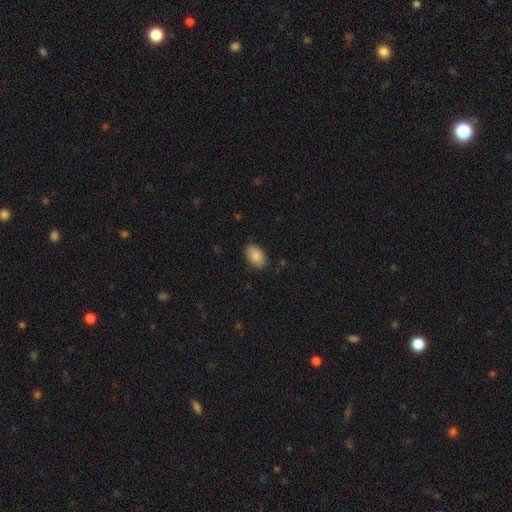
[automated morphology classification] The model was most divided on "merging": none: 86%, minor disturbance: 11%, major disturbance: 2%, merger: 1%. More confident: how rounded — in between (93%); smooth or featured — smooth (87%).